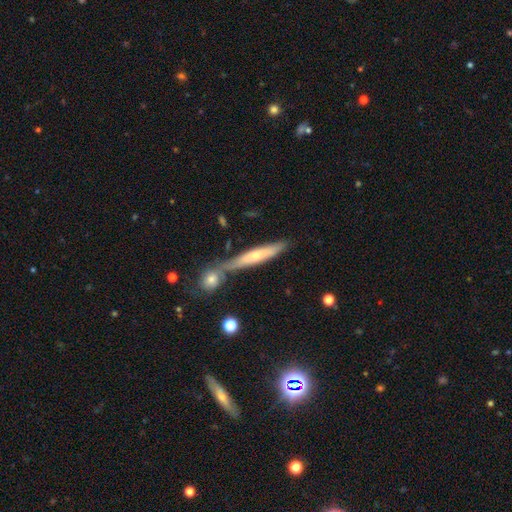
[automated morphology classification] Smooth or featured?
  - smooth: 50% *
  - featured or disk: 44%
  - star or artifact: 6%
Merging?
  - none: 59% *
  - merger: 24%
  - minor disturbance: 13%
  - major disturbance: 4%